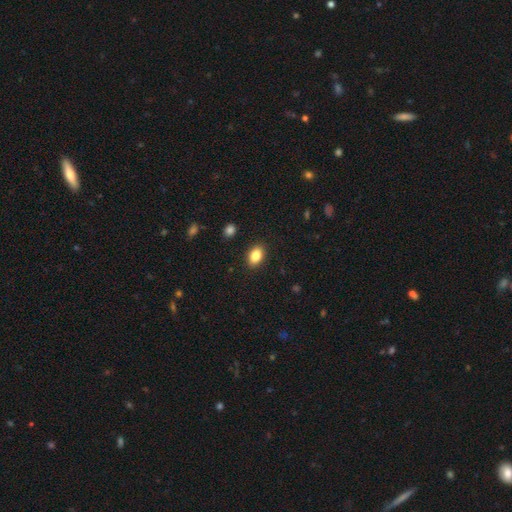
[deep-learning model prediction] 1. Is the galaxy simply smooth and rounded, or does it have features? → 85% smooth, 8% star or artifact, 7% featured or disk.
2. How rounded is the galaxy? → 84% in between, 15% round, 1% cigar-shaped.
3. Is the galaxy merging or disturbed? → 89% none, 8% minor disturbance, 2% major disturbance, 1% merger.